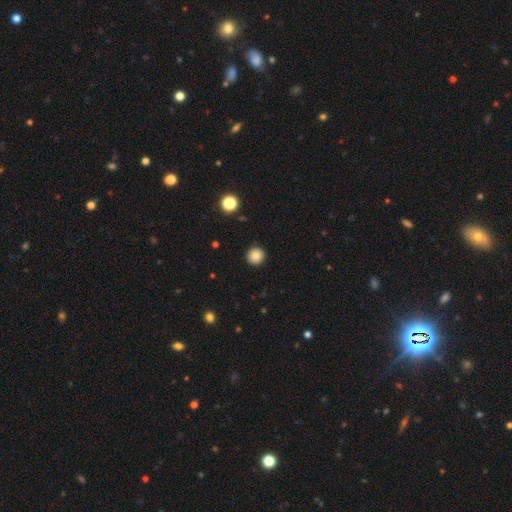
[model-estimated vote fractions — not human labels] Q: Smooth or featured?
A: smooth (85%); runner-up: star or artifact (10%)
Q: How rounded?
A: round (95%); runner-up: in between (4%)
Q: Merging?
A: none (93%); runner-up: minor disturbance (5%)